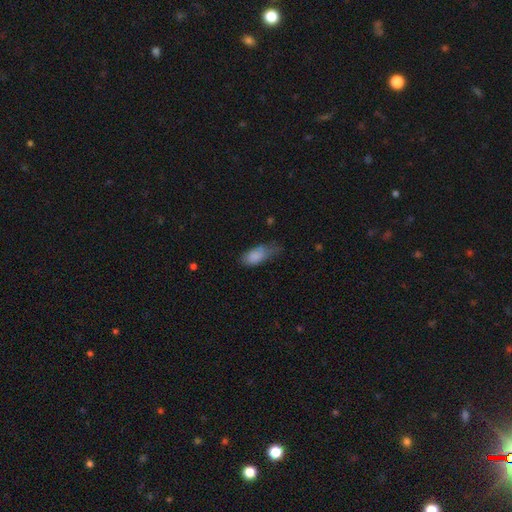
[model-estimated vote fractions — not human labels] smooth-or-featured: smooth: 83% | featured or disk: 9% | star or artifact: 8%
  how-rounded: in between: 88% | cigar-shaped: 9% | round: 3%
  merging: minor disturbance: 42% | none: 35% | major disturbance: 21% | merger: 3%